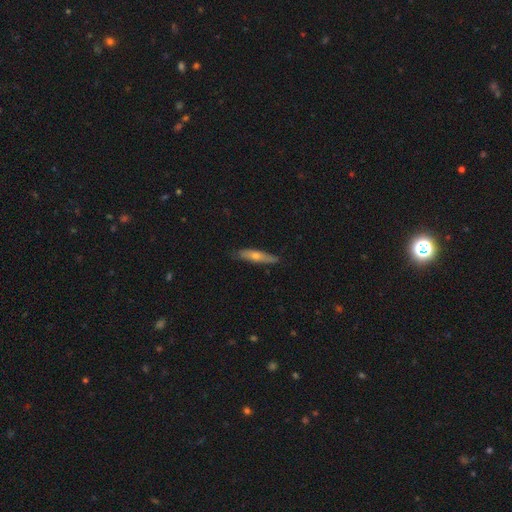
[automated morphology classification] The model was most divided on "smooth or featured": smooth: 50%, featured or disk: 44%, star or artifact: 6%. More confident: merging — none (83%); how rounded — cigar-shaped (81%).